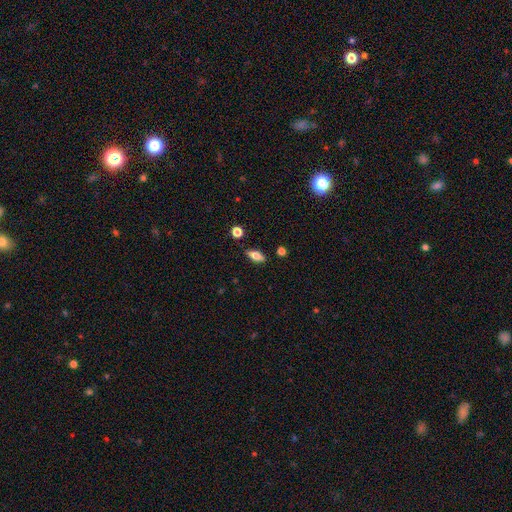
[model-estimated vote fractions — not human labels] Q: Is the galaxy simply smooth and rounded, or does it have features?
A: smooth — 74%.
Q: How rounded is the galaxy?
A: in between — 76%.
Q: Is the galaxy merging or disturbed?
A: none — 83%.